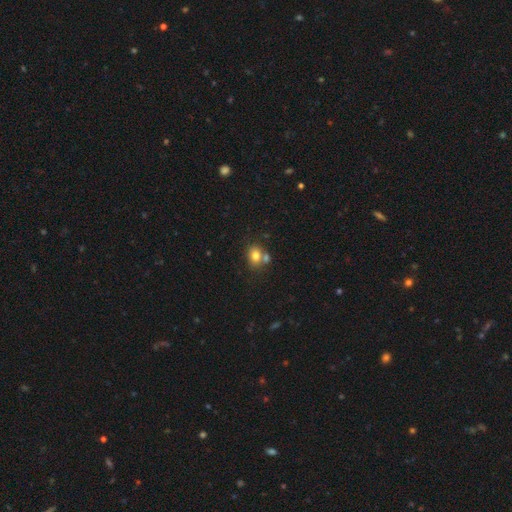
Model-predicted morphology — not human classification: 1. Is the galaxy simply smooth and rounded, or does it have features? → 78% smooth, 11% featured or disk, 11% star or artifact.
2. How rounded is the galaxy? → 54% in between, 45% round, 1% cigar-shaped.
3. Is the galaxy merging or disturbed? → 52% none, 33% merger, 12% minor disturbance, 4% major disturbance.